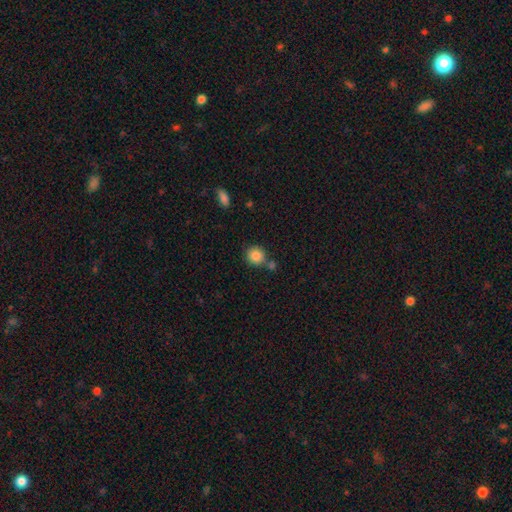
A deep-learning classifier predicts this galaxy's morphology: Overall: smooth (86%). How rounded: round (90%). Merging: none (70%).